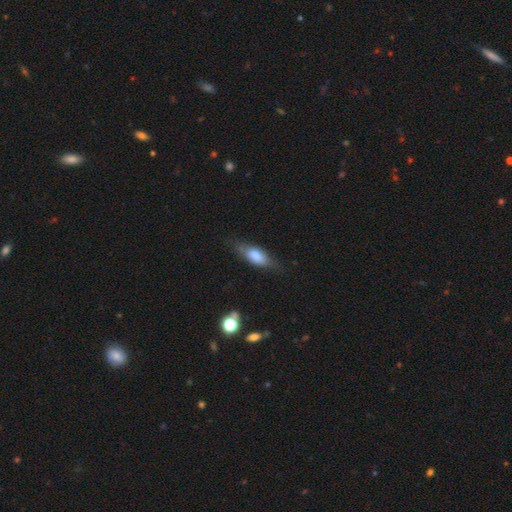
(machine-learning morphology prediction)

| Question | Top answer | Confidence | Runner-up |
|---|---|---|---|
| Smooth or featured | smooth | 70% | featured or disk (22%) |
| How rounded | in between | 70% | cigar-shaped (27%) |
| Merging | none | 69% | minor disturbance (23%) |